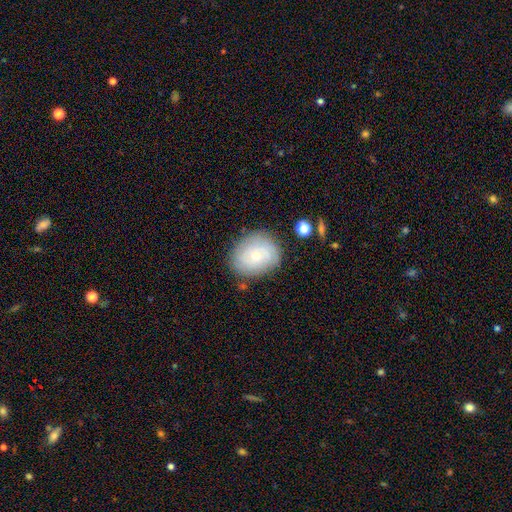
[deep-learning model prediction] smooth_or_featured: featured or disk (p=0.47) [alt: smooth p=0.44]
merging: none (p=0.79) [alt: minor disturbance p=0.15]